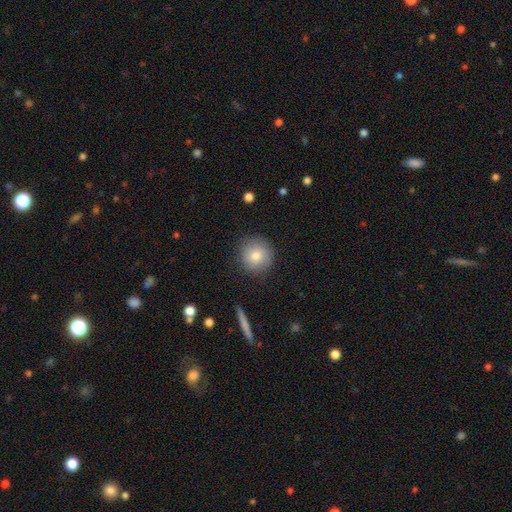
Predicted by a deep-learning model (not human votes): The model was most divided on "smooth or featured": smooth: 79%, featured or disk: 13%, star or artifact: 8%. More confident: how rounded — round (94%); merging — none (87%).